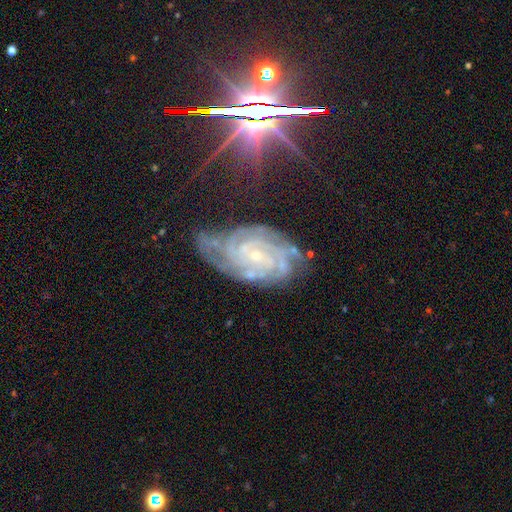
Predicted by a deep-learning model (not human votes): Smooth or featured?
  - featured or disk: 87% *
  - star or artifact: 9%
  - smooth: 5%
Edge-on disk?
  - no: 97% *
  - yes: 3%
Bar?
  - no: 66% *
  - weak: 25%
  - strong: 9%
Spiral arms?
  - yes: 98% *
  - no: 2%
Spiral winding?
  - tight: 76% *
  - medium: 21%
  - loose: 3%
Spiral arm count?
  - 4: 26% *
  - can't tell: 23%
  - 3: 20%
  - 2: 14%
  - more than 4: 10%
  - 1: 7%
Bulge size?
  - small: 83% *
  - moderate: 14%
  - none: 2%
  - large: 1%
  - dominant: 1%
Merging?
  - none: 67% *
  - minor disturbance: 23%
  - major disturbance: 8%
  - merger: 2%